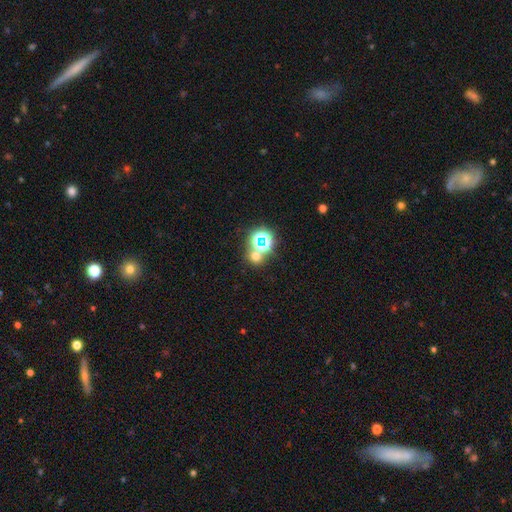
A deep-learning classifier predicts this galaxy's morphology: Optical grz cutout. It shows a smooth galaxy with no disk features (48%). Merging: none (62%).